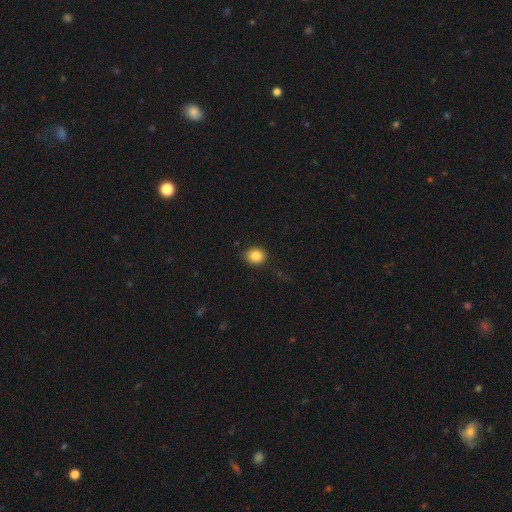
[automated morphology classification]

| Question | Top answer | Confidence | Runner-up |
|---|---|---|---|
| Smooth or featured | smooth | 85% | star or artifact (10%) |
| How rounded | round | 66% | in between (33%) |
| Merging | none | 85% | minor disturbance (11%) |